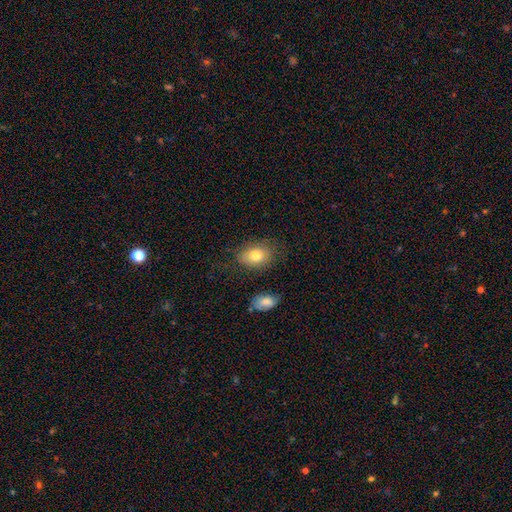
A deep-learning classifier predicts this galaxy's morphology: Smooth or featured? Predicted: smooth (p=0.78). How rounded? Predicted: in between (p=0.81). Merging? Predicted: none (p=0.72).